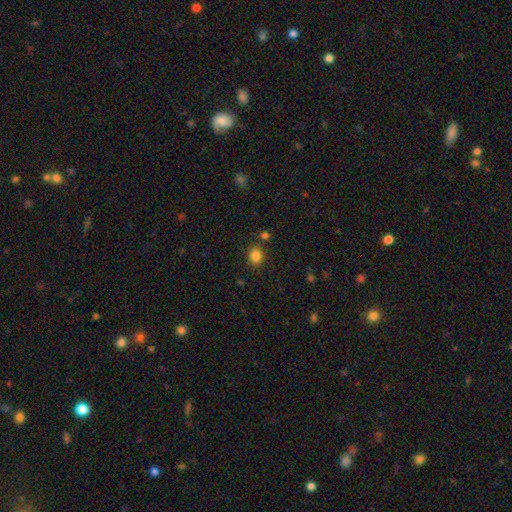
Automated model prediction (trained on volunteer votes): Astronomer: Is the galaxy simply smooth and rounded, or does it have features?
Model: smooth — 83%.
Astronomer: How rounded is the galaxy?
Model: round — 60% (runner-up: in between, 39%).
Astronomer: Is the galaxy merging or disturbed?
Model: none — 82%.